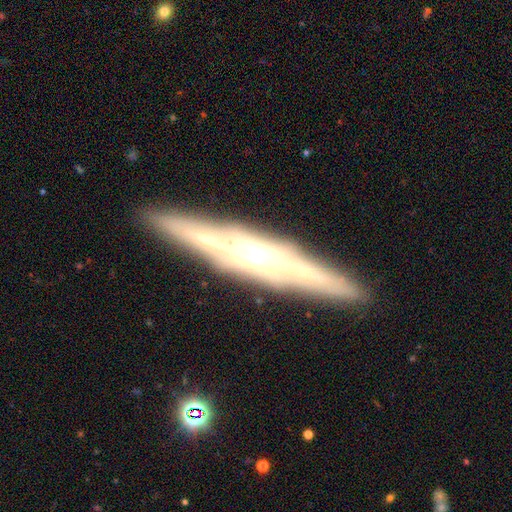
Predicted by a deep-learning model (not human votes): A featured or disk galaxy (81%) viewed edge-on (95%) with a rounded central bulge (64%).

Vote fractions:
- Smooth or featured? featured or disk: 81% / smooth: 13% / star or artifact: 6%
- Edge-on disk? yes: 95% / no: 5%
- Edge-on bulge? rounded: 64% / boxy: 25% / none: 10%
- Merging? none: 89% / minor disturbance: 8% / major disturbance: 2% / merger: 1%